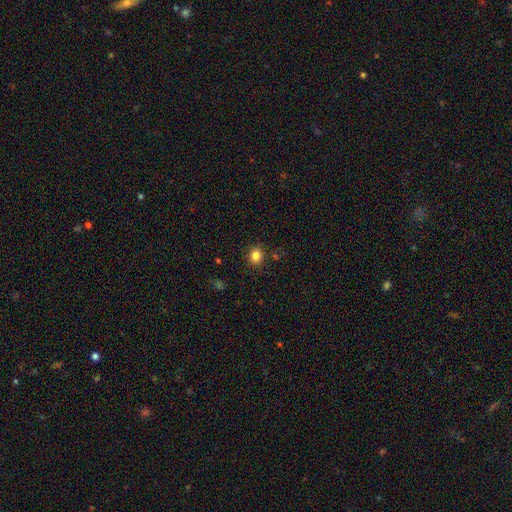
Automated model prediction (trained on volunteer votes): A smooth galaxy with no disk features (83%) that is round (75%). Merging: none (88%).